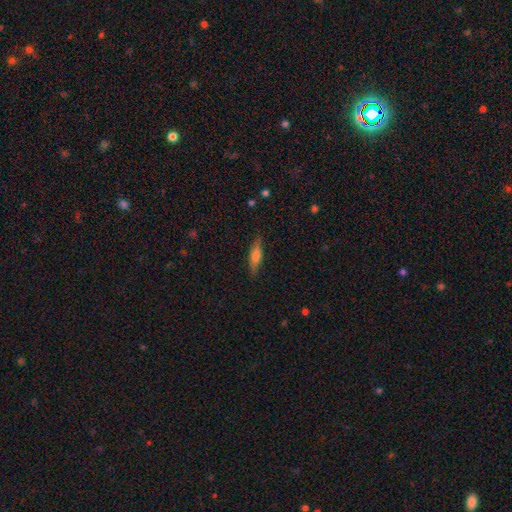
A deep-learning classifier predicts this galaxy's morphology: This appears to be a smooth galaxy with no disk features (46%, tied with featured or disk). Merging: none (86%).